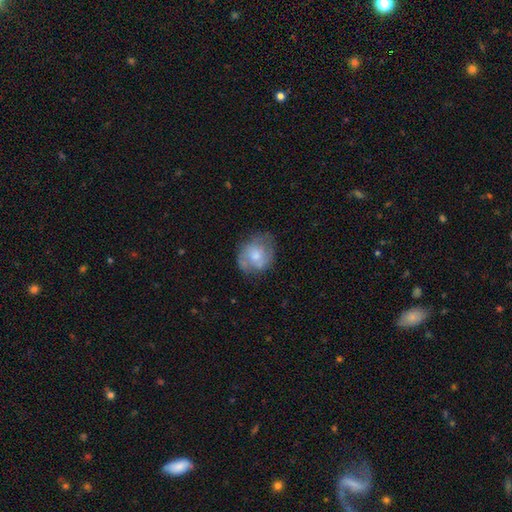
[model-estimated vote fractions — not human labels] The model was most divided on "smooth or featured": smooth: 55%, featured or disk: 38%, star or artifact: 7%. More confident: how rounded — round (62%); merging — none (57%).